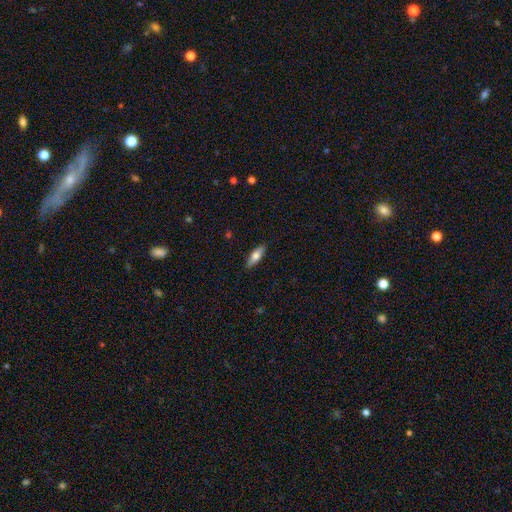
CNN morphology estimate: Smooth or featured?
  - smooth: 66% *
  - featured or disk: 28%
  - star or artifact: 6%
How rounded?
  - in between: 57% *
  - cigar-shaped: 40%
  - round: 2%
Merging?
  - none: 88% *
  - minor disturbance: 10%
  - major disturbance: 2%
  - merger: 1%